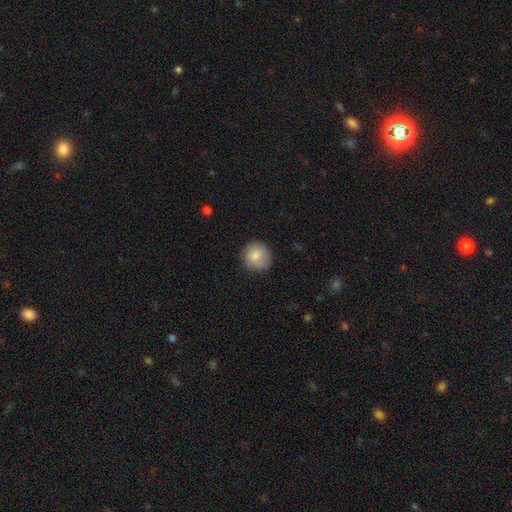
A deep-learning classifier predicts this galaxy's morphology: A smooth galaxy with no disk features (83%) that is round (92%).

Vote fractions:
- Smooth or featured? smooth: 83% / featured or disk: 11% / star or artifact: 7%
- How rounded? round: 92% / in between: 7% / cigar-shaped: 1%
- Merging? none: 84% / minor disturbance: 12% / major disturbance: 3% / merger: 1%